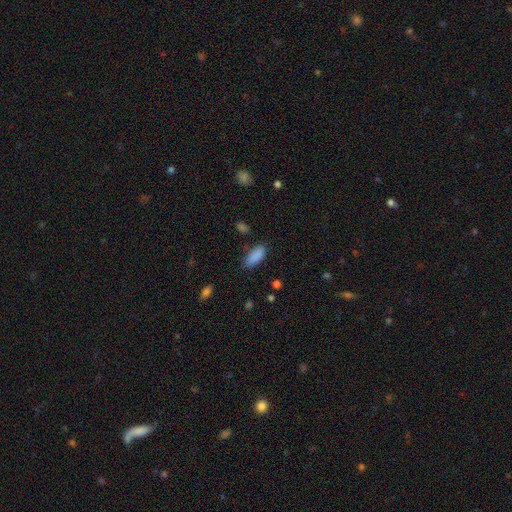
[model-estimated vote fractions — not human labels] Morphology: type=smooth (88%); roundness=in between (83%); merging=none (77%).